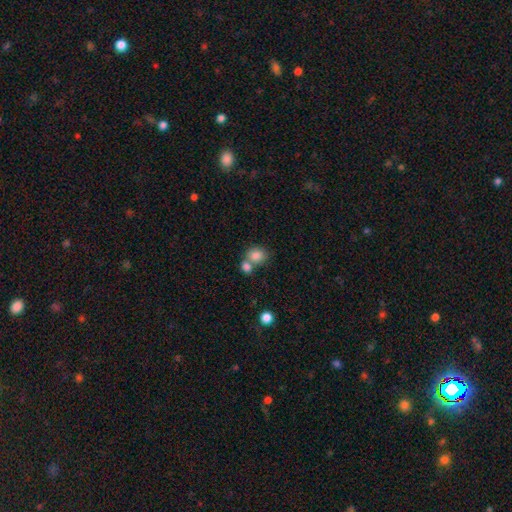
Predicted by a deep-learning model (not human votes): Overall: smooth (83%). How rounded: round (63%; in between 36%). Merging: merger (45%; none 42%).